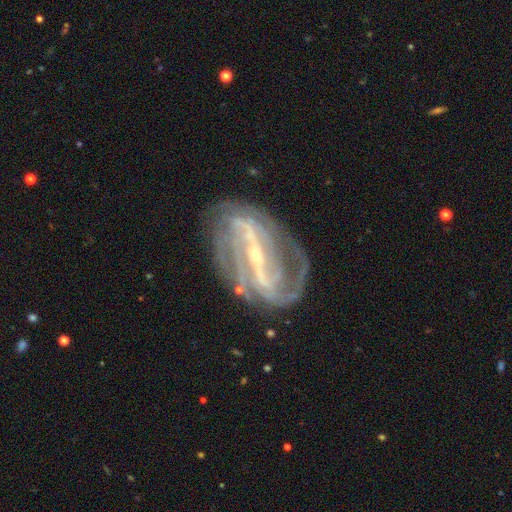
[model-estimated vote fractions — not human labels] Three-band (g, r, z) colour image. It shows a featured or disk galaxy (90%) with a strong bar (81%), 2 (49%) tight (46%) spiral arms (96%) and a small central bulge (74%). Merging: none (72%).